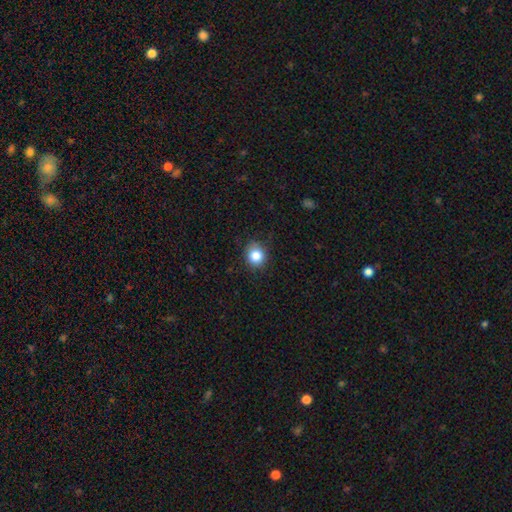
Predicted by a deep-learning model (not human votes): The model was most divided on "how rounded": round: 79%, in between: 20%, cigar-shaped: 1%. More confident: smooth or featured — smooth (84%); merging — none (84%).